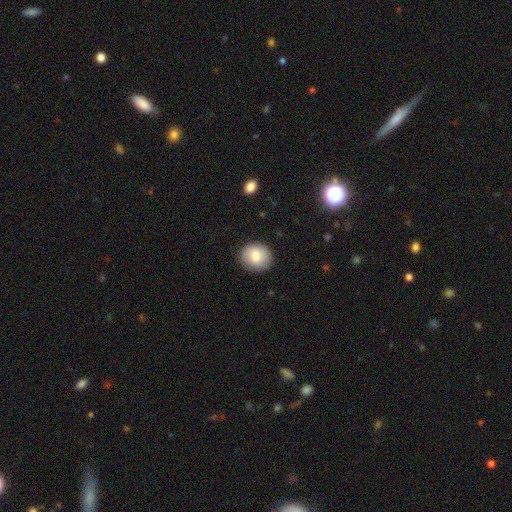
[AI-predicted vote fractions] This appears to be a smooth galaxy with no disk features (80%) that is round (79%). Merging: none (88%).